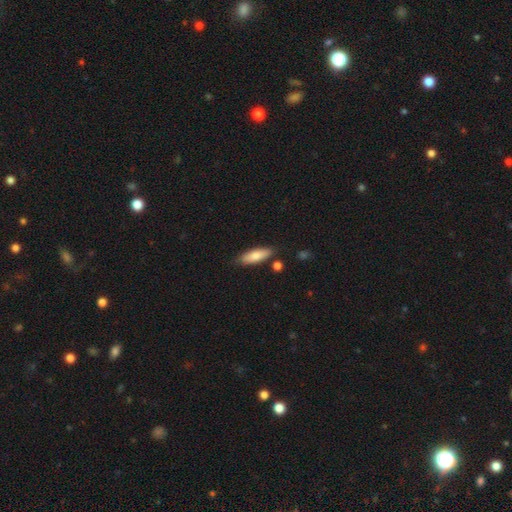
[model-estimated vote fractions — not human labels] smooth 77%, featured or disk 17%, star or artifact 6%. Down the decision tree: how rounded — in between (55%); merging — none (81%).